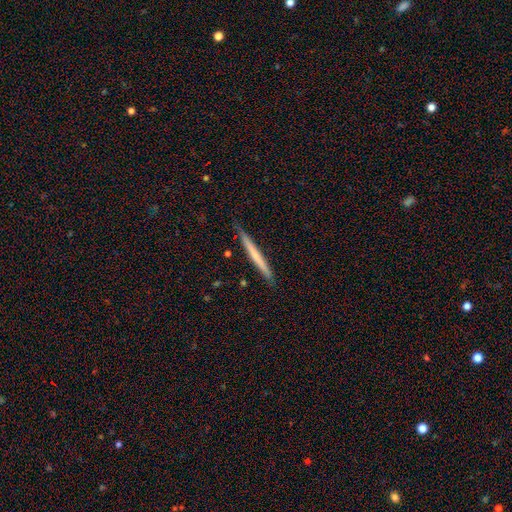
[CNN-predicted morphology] Q: Smooth or featured?
A: smooth (55%); runner-up: featured or disk (39%)
Q: How rounded?
A: cigar-shaped (97%); runner-up: in between (2%)
Q: Merging?
A: none (87%); runner-up: minor disturbance (11%)